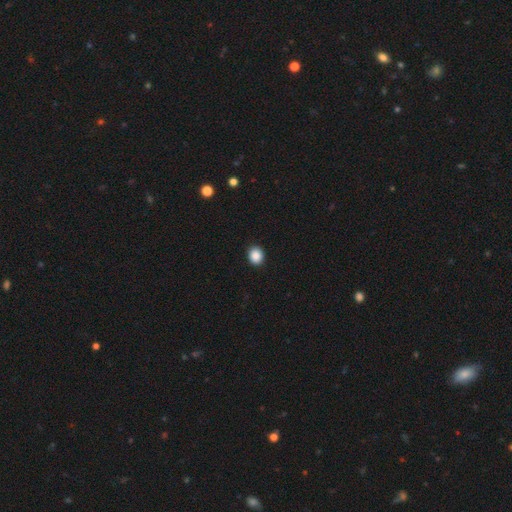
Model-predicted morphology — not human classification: smooth_or_featured: smooth (p=0.89) [alt: star or artifact p=0.09]
how_rounded: round (p=0.72) [alt: in between p=0.27]
merging: none (p=0.92) [alt: minor disturbance p=0.06]